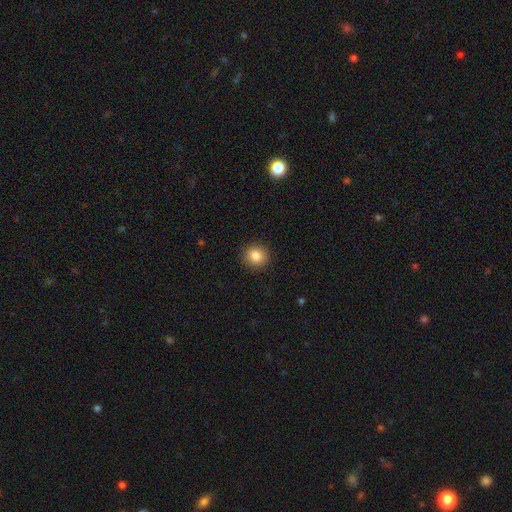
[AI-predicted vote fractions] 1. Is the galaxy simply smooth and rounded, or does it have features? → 85% smooth, 10% star or artifact, 5% featured or disk.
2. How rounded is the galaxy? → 90% round, 9% in between, 1% cigar-shaped.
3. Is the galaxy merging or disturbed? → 91% none, 6% minor disturbance, 2% major disturbance, 1% merger.